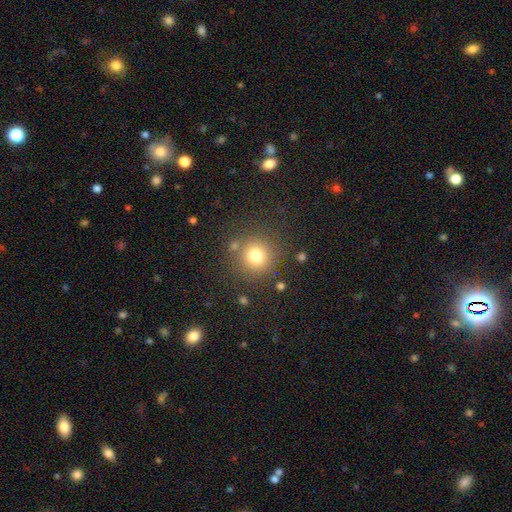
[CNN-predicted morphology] Smooth or featured? smooth (77%)
How rounded? round (93%)
Merging? none (82%)